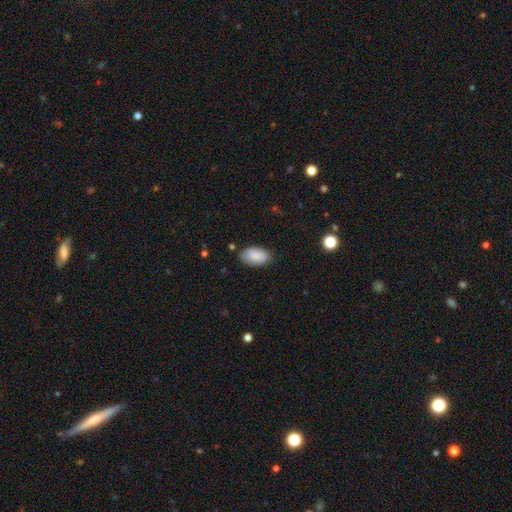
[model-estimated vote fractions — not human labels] smooth 85%, featured or disk 8%, star or artifact 6%. Down the decision tree: how rounded — in between (95%); merging — none (78%).